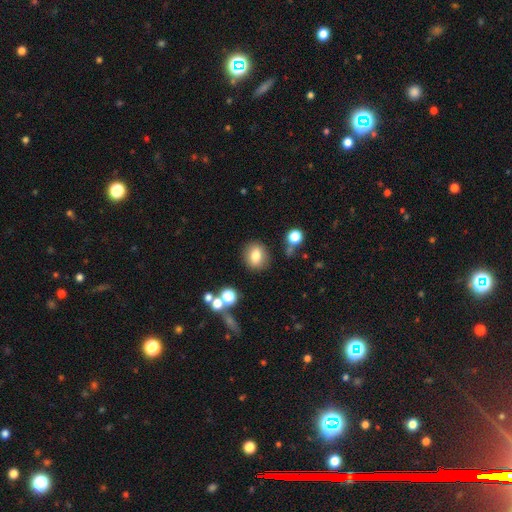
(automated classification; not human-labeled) smooth 78%, featured or disk 11%, star or artifact 11%. Down the decision tree: how rounded — round (61%); merging — none (83%).